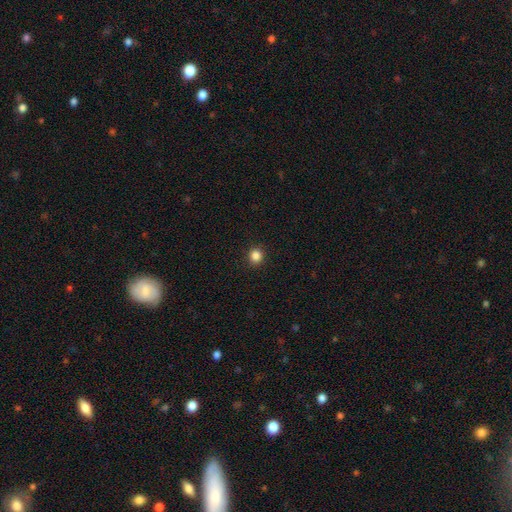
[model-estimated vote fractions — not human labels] Smooth or featured? Predicted: smooth (p=0.85). How rounded? Predicted: round (p=0.90). Merging? Predicted: none (p=0.92).